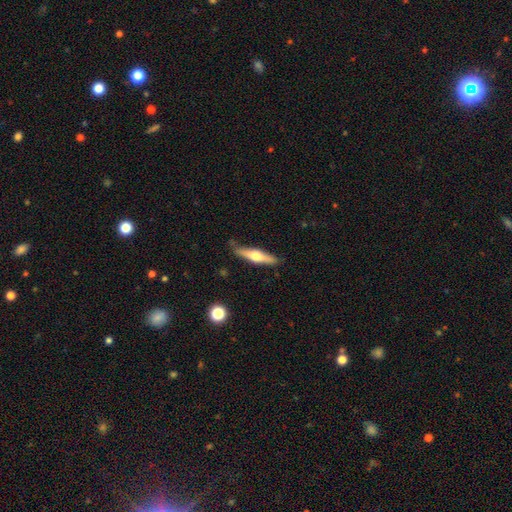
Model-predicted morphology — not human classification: smooth_or_featured: featured or disk (p=0.53) [alt: smooth p=0.42]
disk_edge_on: yes (p=0.94) [alt: no p=0.06]
merging: none (p=0.82) [alt: minor disturbance p=0.13]